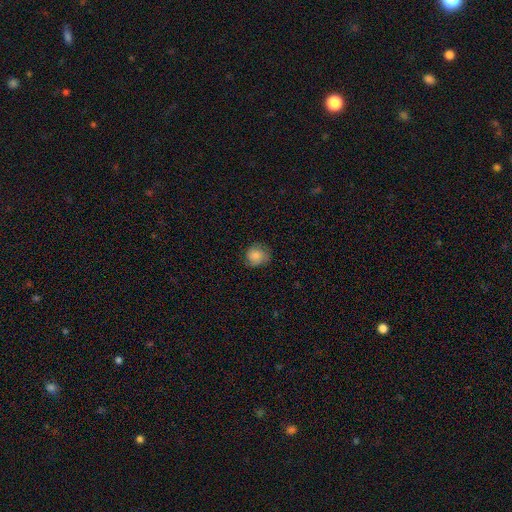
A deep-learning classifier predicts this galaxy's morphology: This appears to be a smooth galaxy with no disk features (74%) that is round (78%). Merging: none (71%).